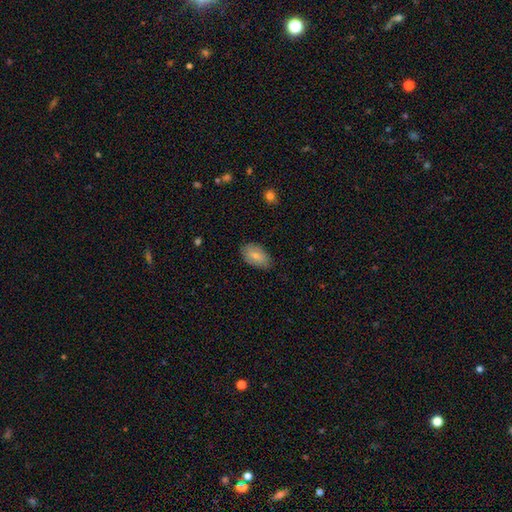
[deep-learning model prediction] smooth-or-featured: smooth: 76% | featured or disk: 18% | star or artifact: 6%
  how-rounded: in between: 93% | round: 6% | cigar-shaped: 2%
  merging: none: 78% | minor disturbance: 18% | major disturbance: 3% | merger: 1%